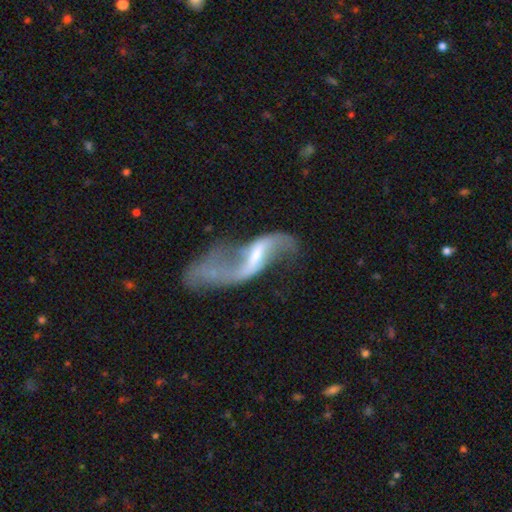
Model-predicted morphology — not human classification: Smooth or featured?
  - featured or disk: 87% *
  - smooth: 7%
  - star or artifact: 6%
Edge-on disk?
  - no: 93% *
  - yes: 7%
Bar?
  - strong: 48% *
  - weak: 37%
  - no: 14%
Spiral arms?
  - yes: 90% *
  - no: 10%
Spiral winding?
  - loose: 91% *
  - medium: 7%
  - tight: 2%
Spiral arm count?
  - 2: 91% *
  - 1: 4%
  - can't tell: 2%
  - 3: 1%
  - 4: 1%
  - more than 4: 1%
Bulge size?
  - small: 49% *
  - moderate: 39%
  - none: 7%
  - large: 4%
  - dominant: 2%
Merging?
  - none: 51% *
  - major disturbance: 24%
  - minor disturbance: 16%
  - merger: 9%